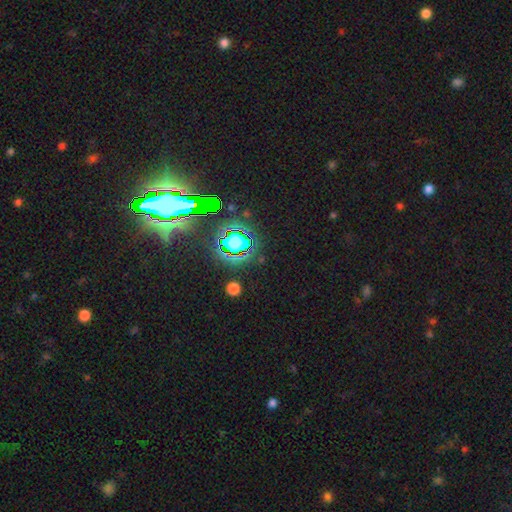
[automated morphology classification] This is clearly a star or artifact rather than a galaxy (84%).